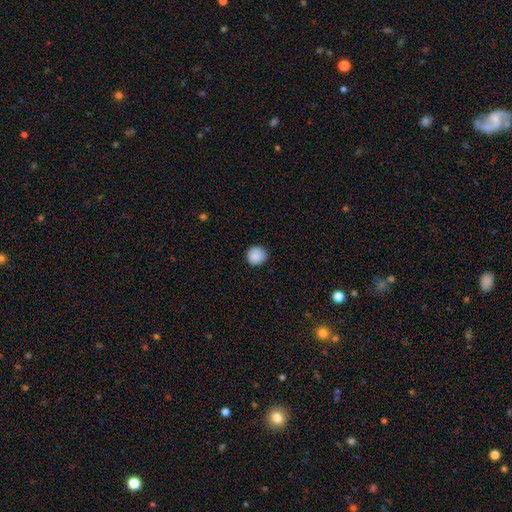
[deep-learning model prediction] Smooth or featured: smooth — 89% (star or artifact — 8%)
How rounded: round — 93% (in between — 6%)
Merging: none — 89% (minor disturbance — 8%)